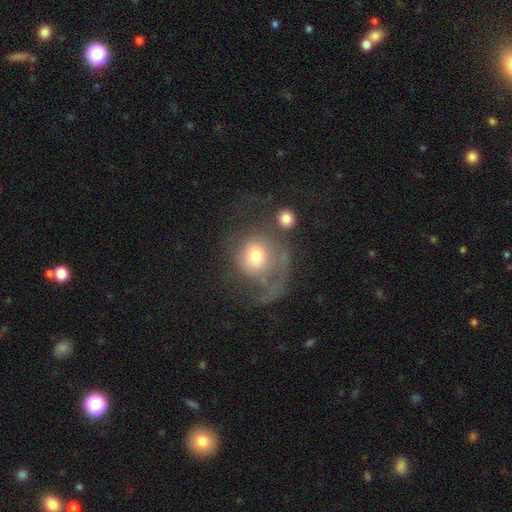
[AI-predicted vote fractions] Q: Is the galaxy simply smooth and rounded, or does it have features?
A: smooth — 49%.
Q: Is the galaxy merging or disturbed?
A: major disturbance — 50%.